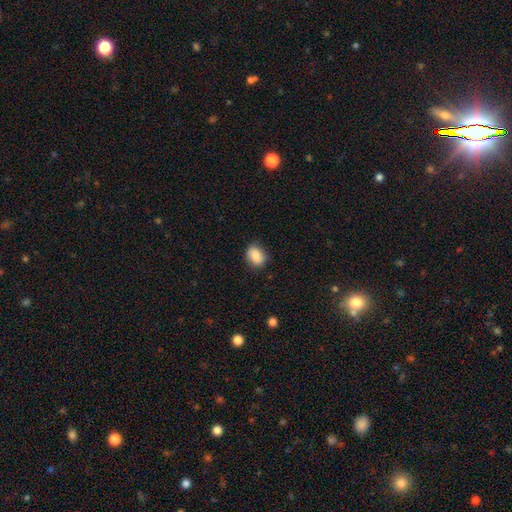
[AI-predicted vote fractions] Smooth or featured?
  - smooth: 84% *
  - star or artifact: 8%
  - featured or disk: 8%
How rounded?
  - in between: 59% *
  - round: 39%
  - cigar-shaped: 1%
Merging?
  - none: 80% *
  - minor disturbance: 15%
  - major disturbance: 3%
  - merger: 1%